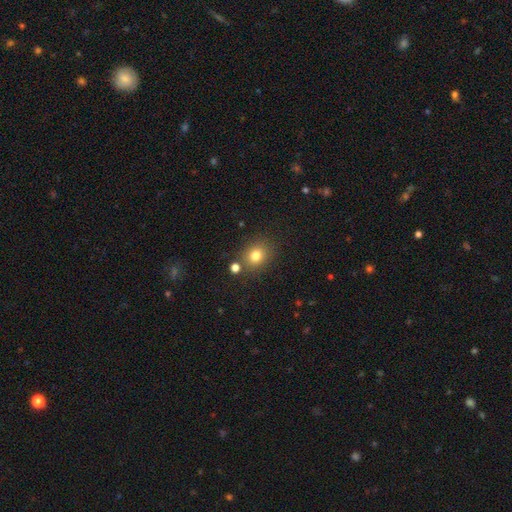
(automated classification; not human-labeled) Smooth or featured? Predicted: smooth (p=0.79). How rounded? Predicted: round (p=0.68). Merging? Predicted: none (p=0.78).